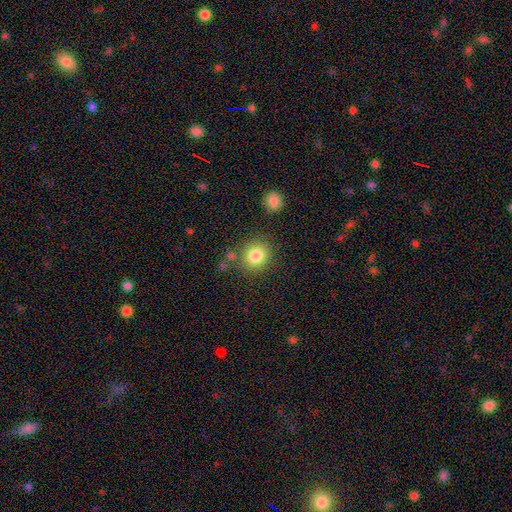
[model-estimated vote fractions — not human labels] This is clearly a smooth galaxy (83%). How rounded: likely round (79%). Merging: likely none (78%).